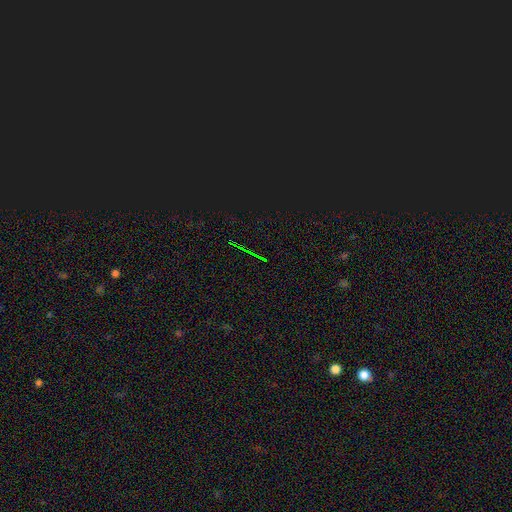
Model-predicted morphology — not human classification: Smooth or featured?
  - star or artifact: 81% *
  - smooth: 10%
  - featured or disk: 9%